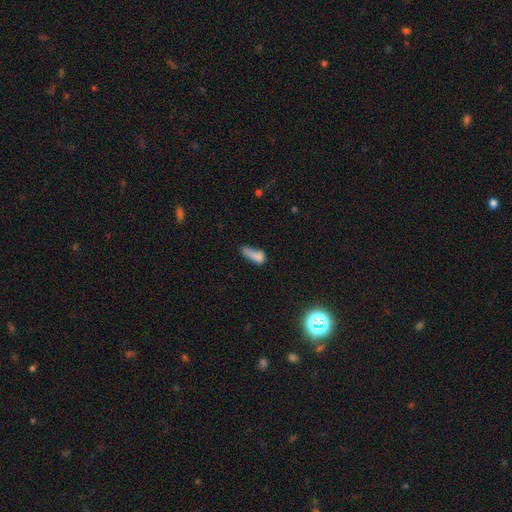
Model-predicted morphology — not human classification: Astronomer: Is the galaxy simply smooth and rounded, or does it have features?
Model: smooth — 75%.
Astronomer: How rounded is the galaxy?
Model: in between — 61%.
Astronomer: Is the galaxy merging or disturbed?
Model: none — 32% (runner-up: minor disturbance, 28%).